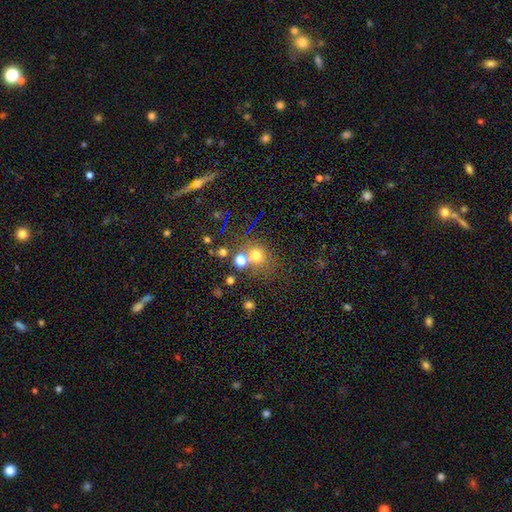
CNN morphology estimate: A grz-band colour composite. It shows a smooth galaxy with no disk features (67%) that is round (79%). Merging: none (60%).